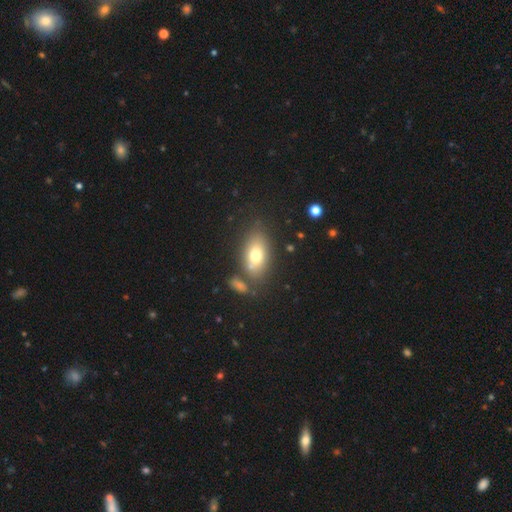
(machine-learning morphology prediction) Q: Smooth or featured?
A: smooth (72%); runner-up: featured or disk (19%)
Q: How rounded?
A: in between (85%); runner-up: round (11%)
Q: Merging?
A: none (66%); runner-up: merger (14%)